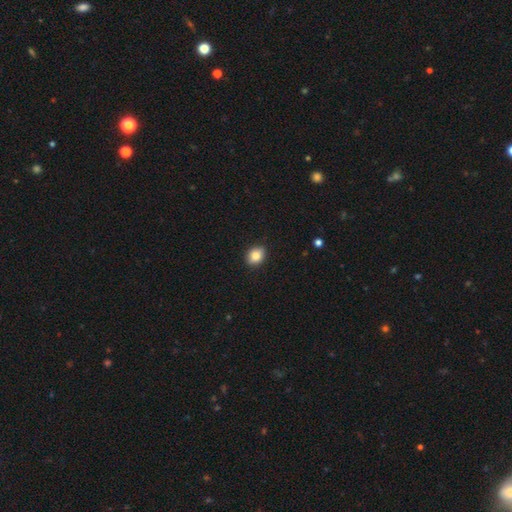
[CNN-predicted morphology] type=smooth (82%); roundness=in between (52%); merging=none (88%).